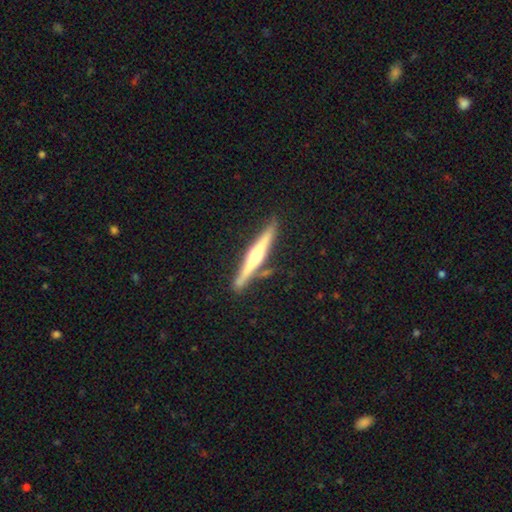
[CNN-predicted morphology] smooth_or_featured: featured or disk (p=0.68) [alt: smooth p=0.27]
disk_edge_on: yes (p=0.97) [alt: no p=0.03]
edge_on_bulge: rounded (p=0.84) [alt: none p=0.09]
merging: none (p=0.81) [alt: minor disturbance p=0.11]